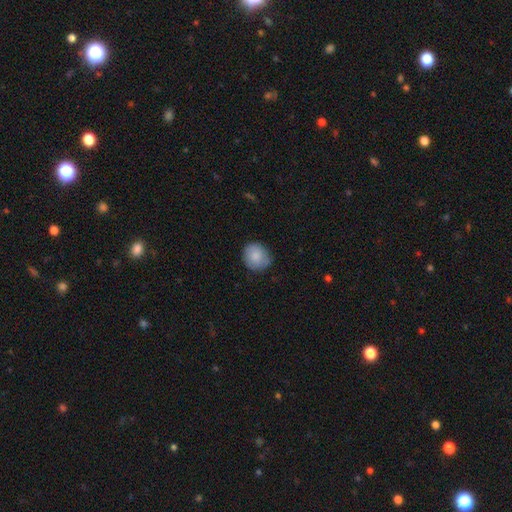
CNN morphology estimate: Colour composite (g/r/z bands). It shows a smooth galaxy with no disk features (84%) that is round (80%). Merging: none (79%).